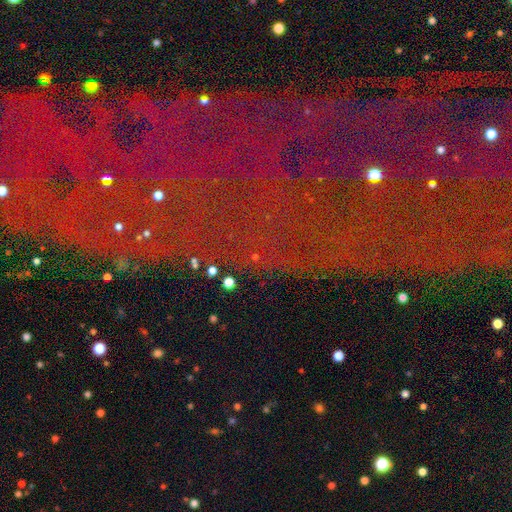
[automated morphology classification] A star or artifact, not a galaxy (82%).

Vote fractions:
- Smooth or featured? star or artifact: 82% / featured or disk: 10% / smooth: 9%